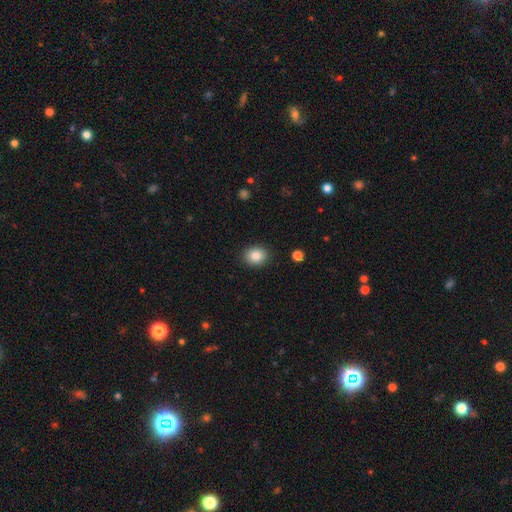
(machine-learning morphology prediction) A smooth galaxy with no disk features (85%) that is round (59%). Merging: none (89%).